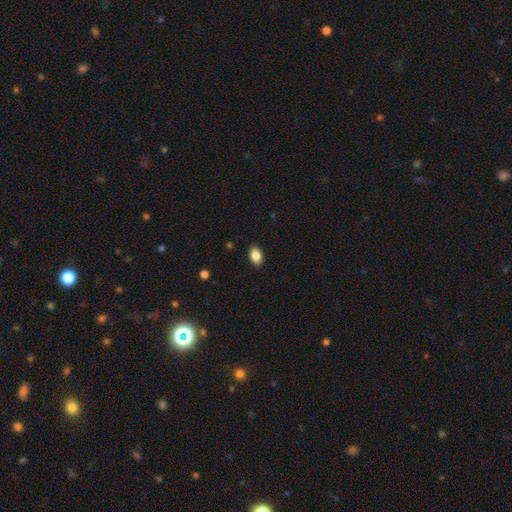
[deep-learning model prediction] Morphology: type=smooth (86%); roundness=in between (90%); merging=none (89%).